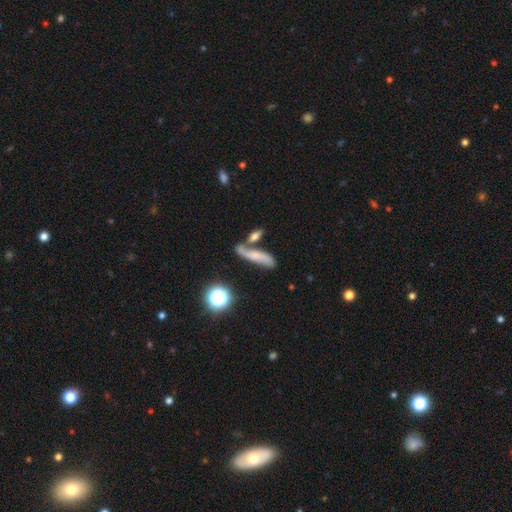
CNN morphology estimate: Q: Smooth or featured?
A: smooth (50%); runner-up: featured or disk (36%)
Q: How rounded?
A: cigar-shaped (62%); runner-up: in between (30%)
Q: Merging?
A: none (43%); runner-up: merger (33%)